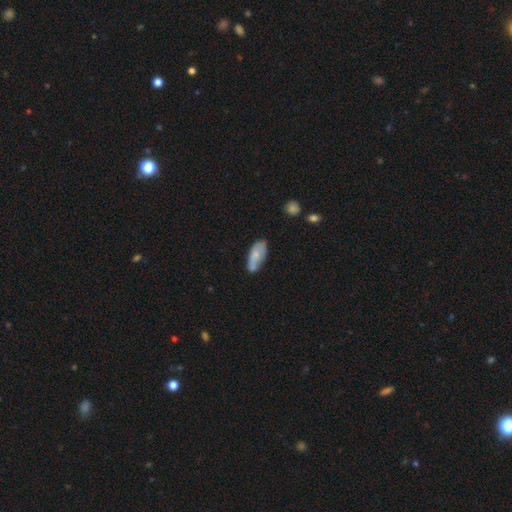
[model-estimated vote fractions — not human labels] This appears to be a smooth galaxy with no disk features (71%) that is in between round and cigar-shaped (85%). Merging: none (51%).